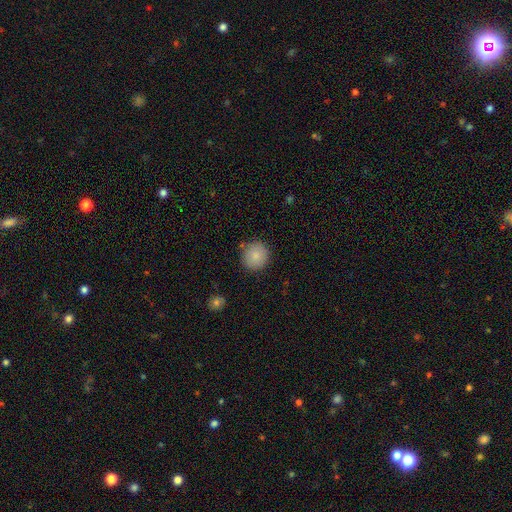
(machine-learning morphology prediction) Smooth or featured: smooth — 85% (star or artifact — 8%)
How rounded: round — 93% (in between — 6%)
Merging: none — 86% (minor disturbance — 9%)